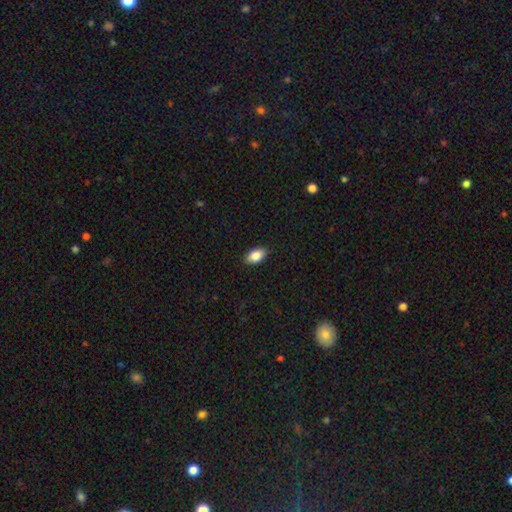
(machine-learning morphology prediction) smooth 85%, featured or disk 8%, star or artifact 7%. Down the decision tree: how rounded — in between (91%); merging — none (89%).